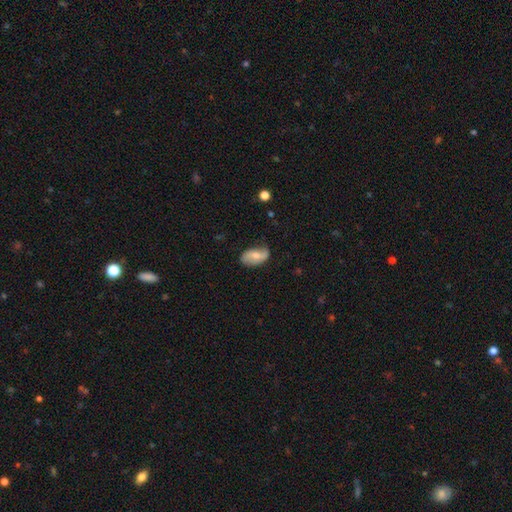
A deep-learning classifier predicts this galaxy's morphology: Smooth or featured: smooth — 48% (featured or disk — 46%)
Merging: none — 59% (minor disturbance — 30%)